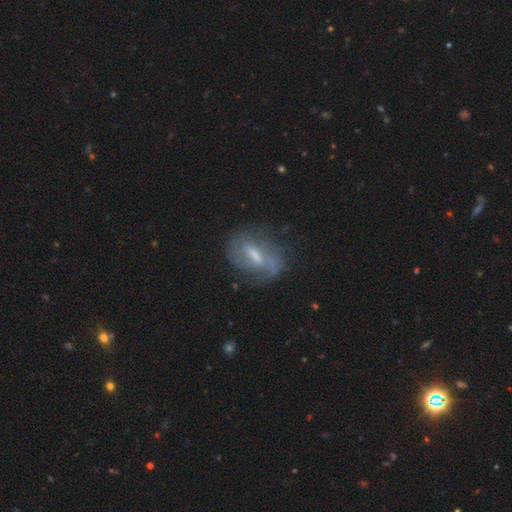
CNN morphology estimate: This appears to be a featured or disk galaxy (69%) with a weak bar (47%), spiral arms (76%) and a moderate central bulge (44%). Merging: none (63%).